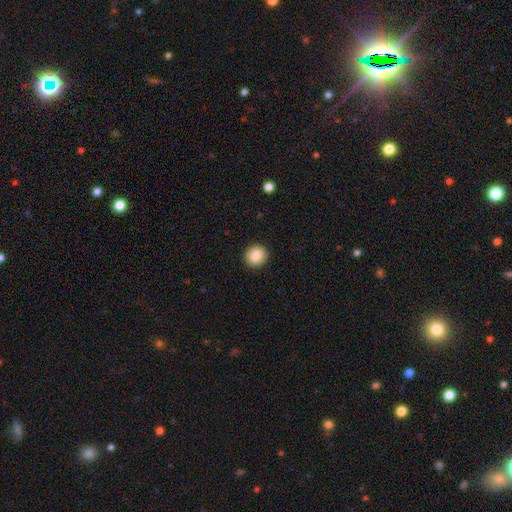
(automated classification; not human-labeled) This is clearly a smooth galaxy (85%). How rounded: clearly round (86%). Merging: clearly none (91%).